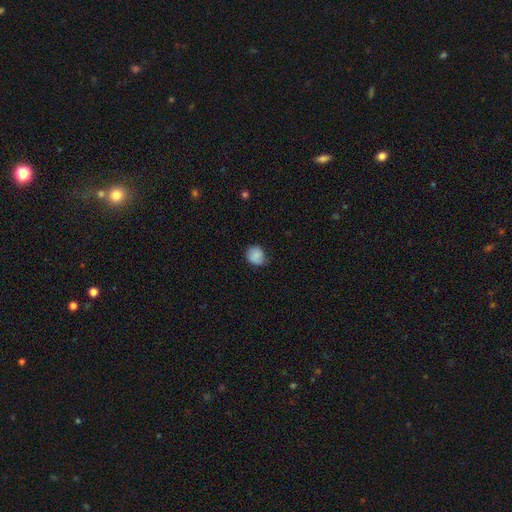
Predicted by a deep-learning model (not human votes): Q: Smooth or featured?
A: smooth (83%); runner-up: featured or disk (9%)
Q: How rounded?
A: round (74%); runner-up: in between (25%)
Q: Merging?
A: none (73%); runner-up: minor disturbance (21%)